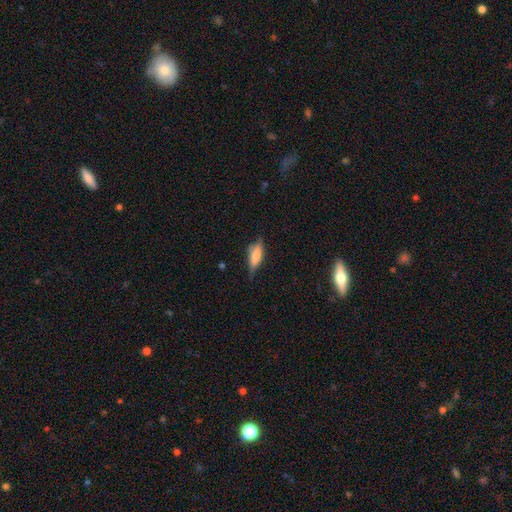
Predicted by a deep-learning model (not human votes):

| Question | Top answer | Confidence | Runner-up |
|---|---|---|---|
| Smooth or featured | smooth | 63% | featured or disk (29%) |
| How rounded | in between | 56% | cigar-shaped (41%) |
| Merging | none | 62% | minor disturbance (28%) |